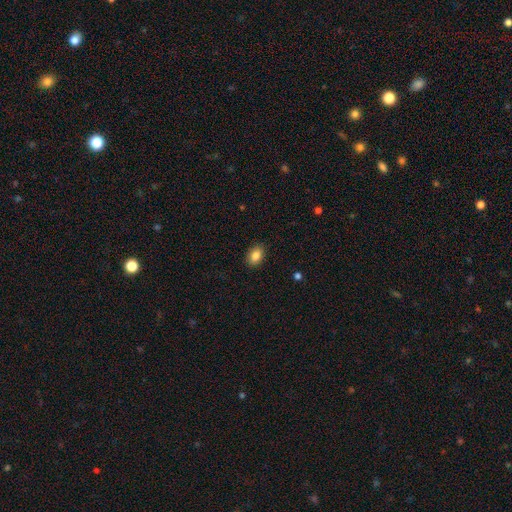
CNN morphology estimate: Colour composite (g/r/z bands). It shows a smooth galaxy with no disk features (86%) that is in between round and cigar-shaped (79%). Merging: none (88%).